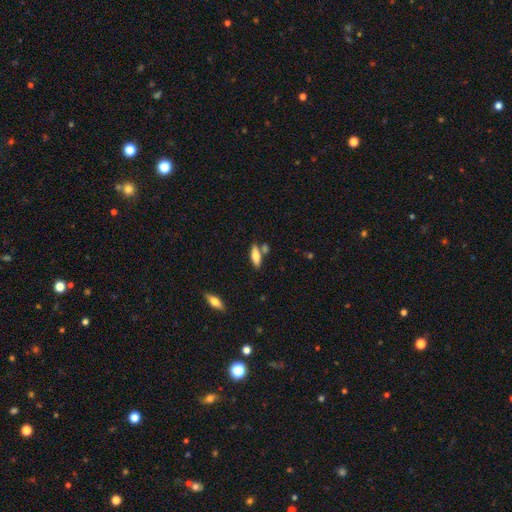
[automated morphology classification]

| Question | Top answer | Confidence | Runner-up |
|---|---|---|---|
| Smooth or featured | smooth | 72% | featured or disk (21%) |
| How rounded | in between | 59% | cigar-shaped (39%) |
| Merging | none | 66% | merger (18%) |